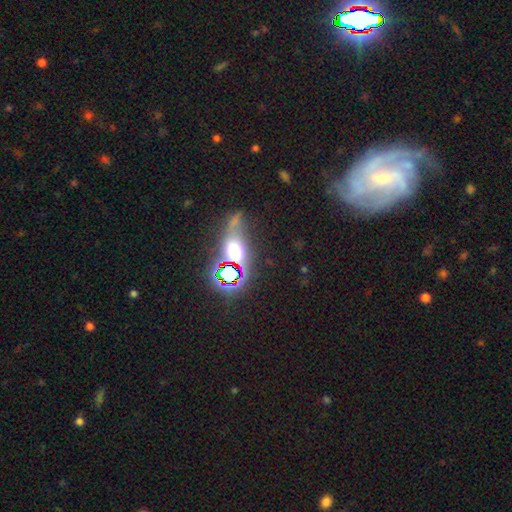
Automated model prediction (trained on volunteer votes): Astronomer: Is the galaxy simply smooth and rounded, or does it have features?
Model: featured or disk — 44% (runner-up: star or artifact, 33%).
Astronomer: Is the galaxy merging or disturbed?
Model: none — 62%.